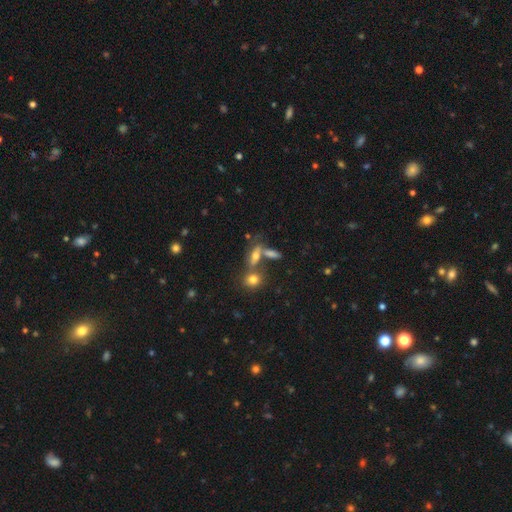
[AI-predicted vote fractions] smooth-or-featured: smooth: 55% | featured or disk: 30% | star or artifact: 14%
  how-rounded: in between: 58% | cigar-shaped: 29% | round: 13%
  merging: none: 45% | merger: 33% | minor disturbance: 14% | major disturbance: 8%